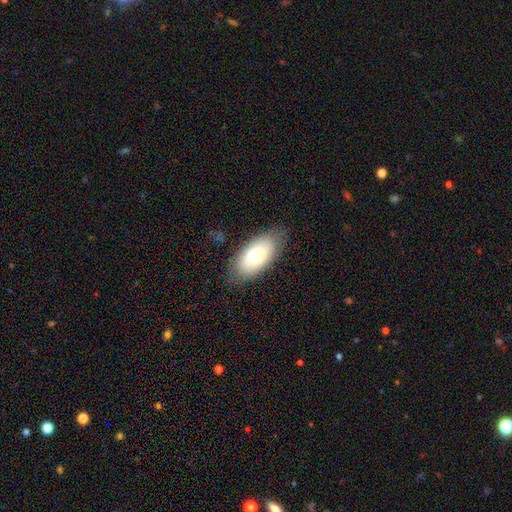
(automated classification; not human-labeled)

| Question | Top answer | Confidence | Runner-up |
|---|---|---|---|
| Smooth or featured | smooth | 67% | featured or disk (25%) |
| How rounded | in between | 93% | round (4%) |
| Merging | none | 81% | minor disturbance (14%) |